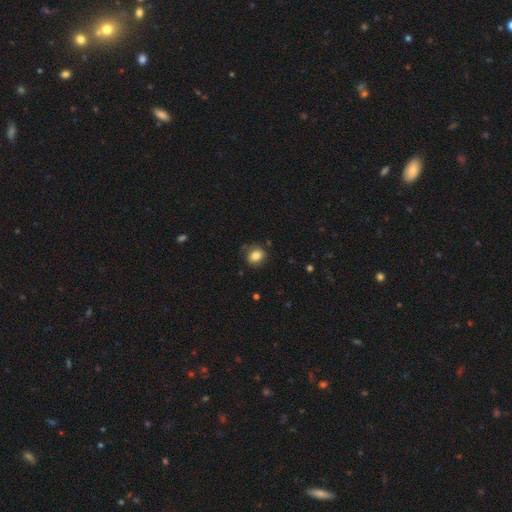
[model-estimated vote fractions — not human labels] smooth_or_featured: smooth (p=0.82) [alt: star or artifact p=0.10]
how_rounded: round (p=0.56) [alt: in between p=0.43]
merging: none (p=0.78) [alt: minor disturbance p=0.16]